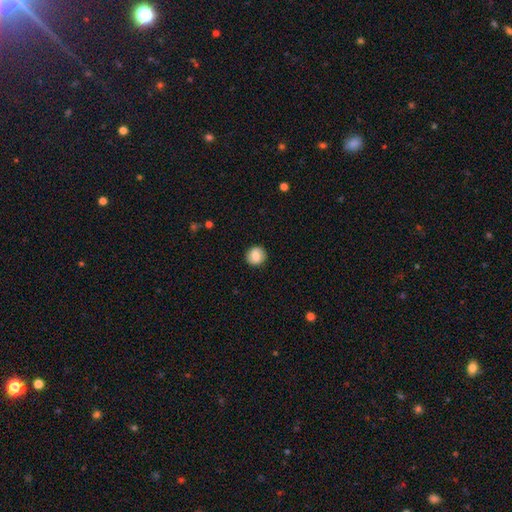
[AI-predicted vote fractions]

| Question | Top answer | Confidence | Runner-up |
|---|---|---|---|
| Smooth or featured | smooth | 79% | featured or disk (13%) |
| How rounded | round | 89% | in between (10%) |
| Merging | none | 90% | minor disturbance (7%) |